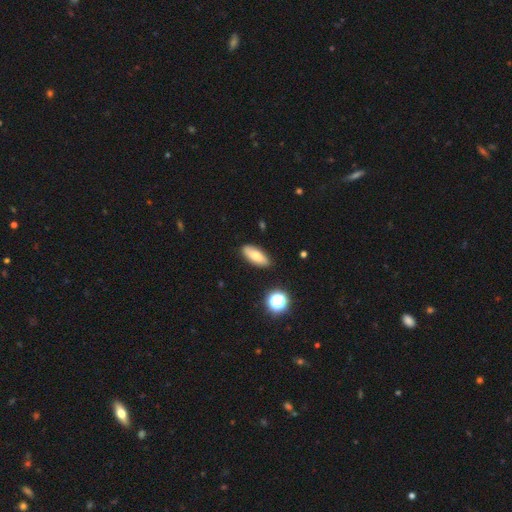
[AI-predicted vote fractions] A smooth galaxy with no disk features (74%) that is in between round and cigar-shaped (78%).

Vote fractions:
- Smooth or featured? smooth: 74% / featured or disk: 18% / star or artifact: 9%
- How rounded? in between: 78% / cigar-shaped: 19% / round: 3%
- Merging? none: 86% / minor disturbance: 10% / major disturbance: 2% / merger: 2%